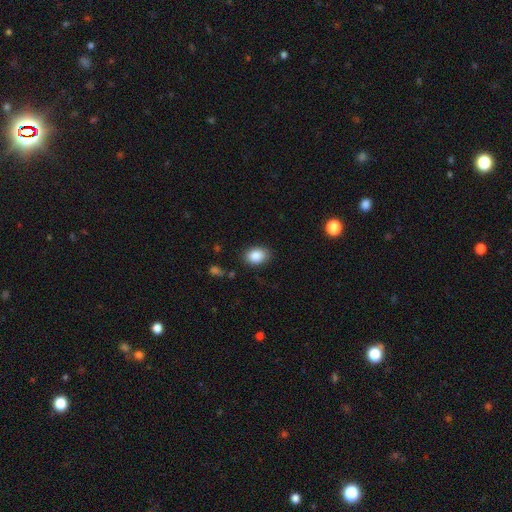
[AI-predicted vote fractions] The model was most divided on "how rounded": in between: 76%, round: 23%, cigar-shaped: 1%. More confident: smooth or featured — smooth (86%); merging — none (84%).